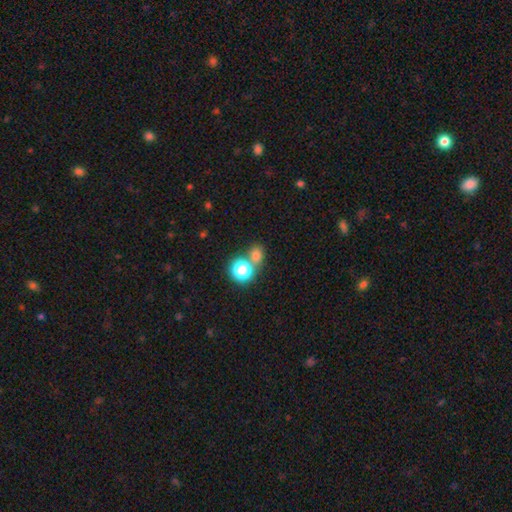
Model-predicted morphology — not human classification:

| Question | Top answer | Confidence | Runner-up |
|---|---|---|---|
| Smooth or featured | smooth | 70% | star or artifact (23%) |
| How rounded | round | 69% | in between (30%) |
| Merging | none | 54% | merger (33%) |